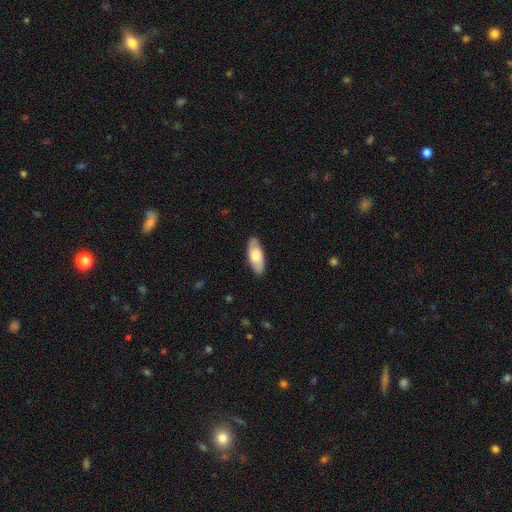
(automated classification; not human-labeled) A smooth galaxy with no disk features (63%) that is in between round and cigar-shaped (79%). Merging: none (86%).